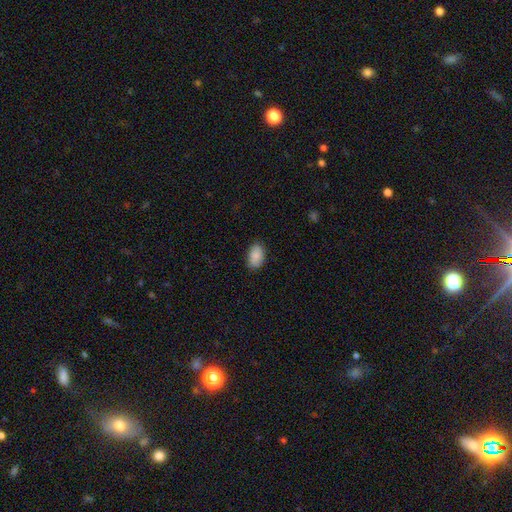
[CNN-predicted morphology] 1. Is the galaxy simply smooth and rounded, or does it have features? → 89% smooth, 7% star or artifact, 4% featured or disk.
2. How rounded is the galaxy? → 92% in between, 7% round, 1% cigar-shaped.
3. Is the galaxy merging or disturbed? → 84% none, 13% minor disturbance, 3% major disturbance, 1% merger.